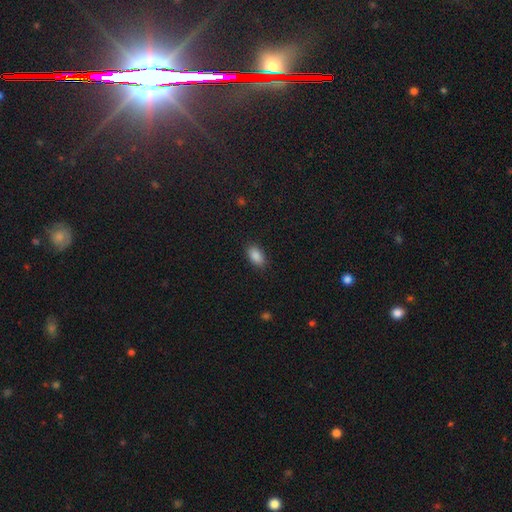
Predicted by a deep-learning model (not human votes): Smooth or featured? Predicted: smooth (p=0.89). How rounded? Predicted: in between (p=0.92). Merging? Predicted: none (p=0.86).